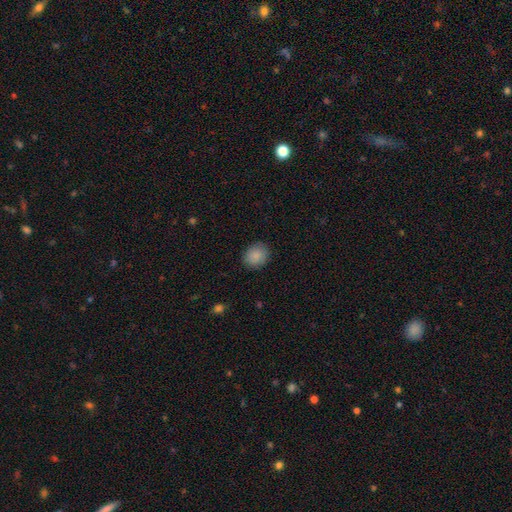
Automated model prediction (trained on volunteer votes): Smooth or featured?
  - smooth: 88% *
  - star or artifact: 8%
  - featured or disk: 4%
How rounded?
  - round: 59% *
  - in between: 40%
  - cigar-shaped: 1%
Merging?
  - none: 87% *
  - minor disturbance: 10%
  - major disturbance: 3%
  - merger: 1%